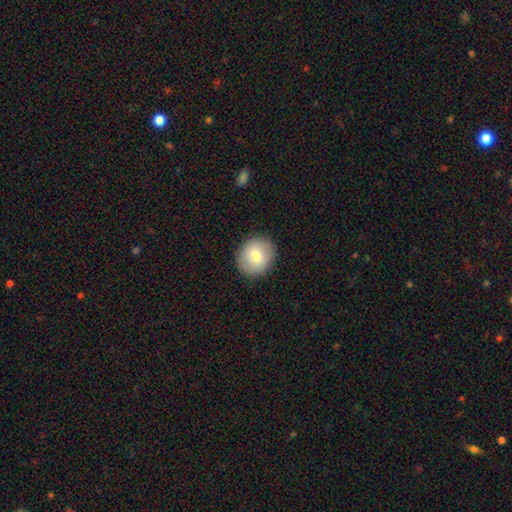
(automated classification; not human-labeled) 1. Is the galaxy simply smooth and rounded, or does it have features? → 76% smooth, 16% featured or disk, 8% star or artifact.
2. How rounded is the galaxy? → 80% round, 19% in between, 1% cigar-shaped.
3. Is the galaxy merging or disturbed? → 89% none, 8% minor disturbance, 2% major disturbance, 1% merger.